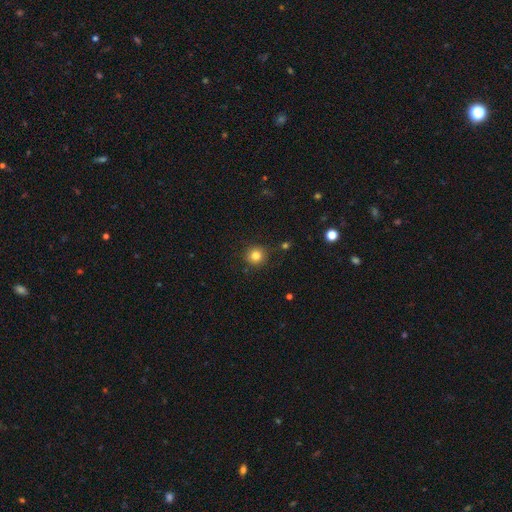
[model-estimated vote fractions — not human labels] Smooth or featured: smooth — 82% (star or artifact — 12%)
How rounded: round — 93% (in between — 6%)
Merging: none — 89% (minor disturbance — 7%)